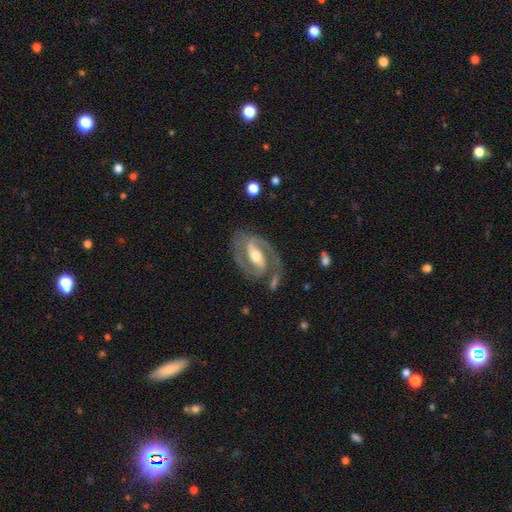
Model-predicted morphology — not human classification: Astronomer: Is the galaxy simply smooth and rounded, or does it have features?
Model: featured or disk — 90%.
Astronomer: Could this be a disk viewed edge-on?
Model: no — 96%.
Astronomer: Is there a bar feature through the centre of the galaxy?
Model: strong — 58%.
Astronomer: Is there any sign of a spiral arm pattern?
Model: yes — 96%.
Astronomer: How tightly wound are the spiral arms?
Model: medium — 55% (runner-up: tight, 34%).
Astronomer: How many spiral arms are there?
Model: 2 — 92%.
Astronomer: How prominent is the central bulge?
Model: moderate — 69%.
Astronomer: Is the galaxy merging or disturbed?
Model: none — 75%.